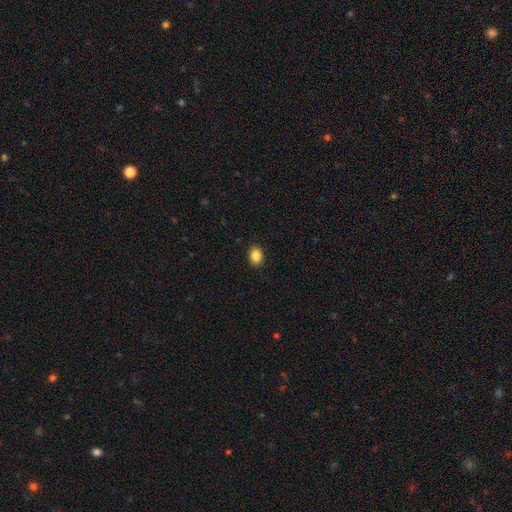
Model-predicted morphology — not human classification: Overall: smooth (87%). How rounded: in between (69%; round 30%). Merging: none (89%).